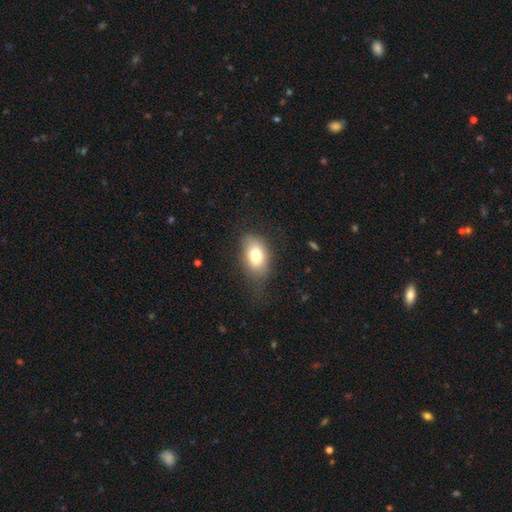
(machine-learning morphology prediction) Smooth or featured: smooth — 77% (featured or disk — 15%)
How rounded: in between — 86% (round — 12%)
Merging: none — 64% (minor disturbance — 25%)